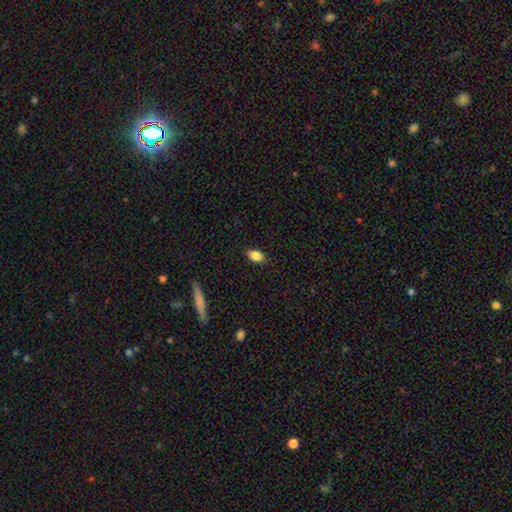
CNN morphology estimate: This is clearly a smooth galaxy (85%). How rounded: clearly in between (89%). Merging: clearly none (88%).